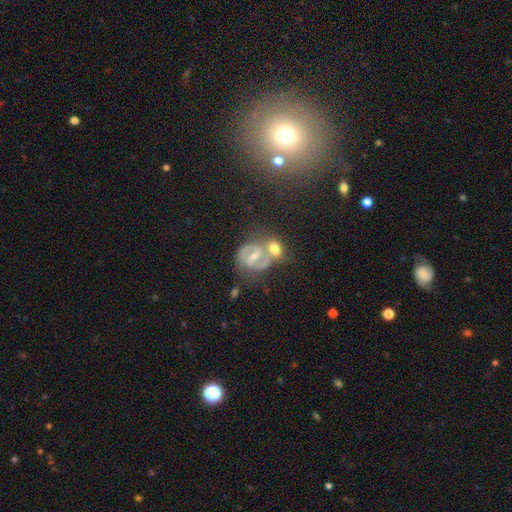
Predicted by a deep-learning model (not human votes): Smooth or featured? featured or disk (75%)
Edge-on disk? no (97%)
Bar? weak (44%)
Spiral arms? yes (87%)
Spiral winding? medium (48%)
Spiral arm count? 2 (85%)
Bulge size? small (47%)
Merging? none (45%)